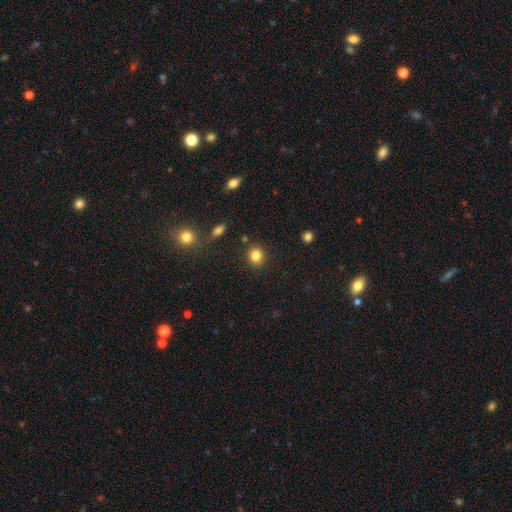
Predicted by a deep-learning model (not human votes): A smooth galaxy with no disk features (84%) that is round (81%).

Vote fractions:
- Smooth or featured? smooth: 84% / star or artifact: 11% / featured or disk: 5%
- How rounded? round: 81% / in between: 18% / cigar-shaped: 1%
- Merging? none: 87% / minor disturbance: 7% / merger: 3% / major disturbance: 3%